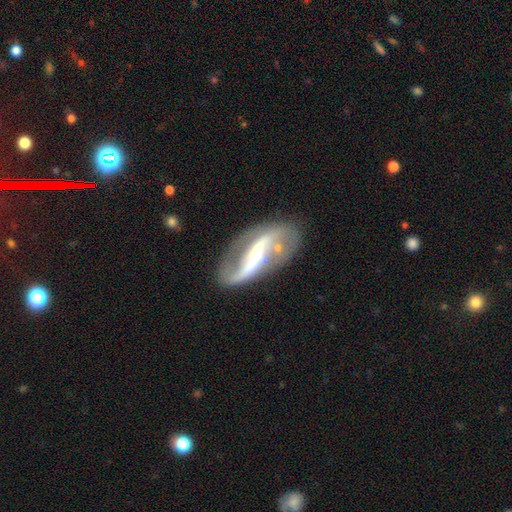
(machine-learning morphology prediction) featured or disk 87%, smooth 8%, star or artifact 5%. Down the decision tree: edge-on disk — no (93%); bar — strong (55%); spiral arms — yes (92%); spiral arm count — 2 (91%); spiral winding — loose (72%); bulge size — small (57%); merging — none (71%).